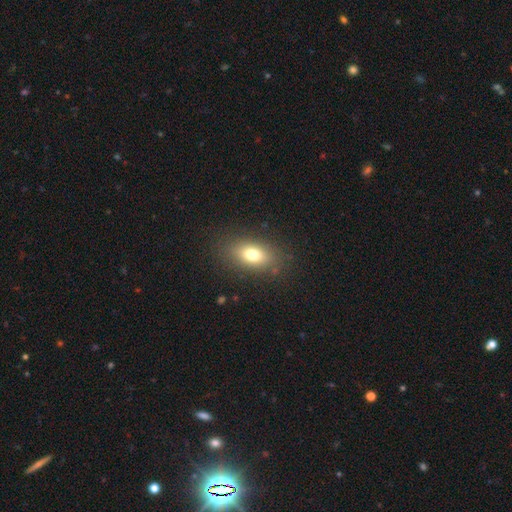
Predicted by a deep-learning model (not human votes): Morphology: type=smooth (74%); roundness=in between (83%); merging=none (86%).